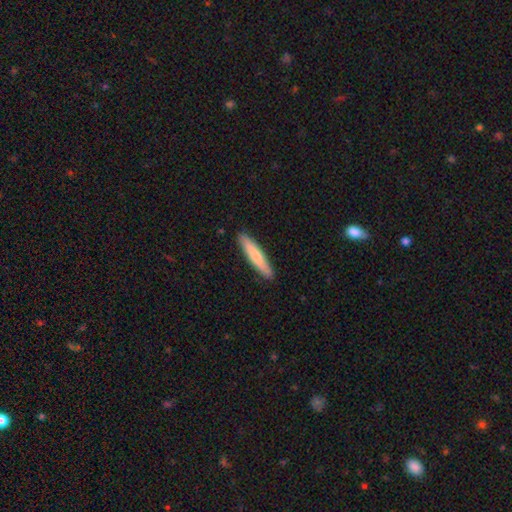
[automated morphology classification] Q: Smooth or featured?
A: smooth (72%); runner-up: featured or disk (23%)
Q: How rounded?
A: cigar-shaped (90%); runner-up: in between (9%)
Q: Merging?
A: none (91%); runner-up: minor disturbance (7%)